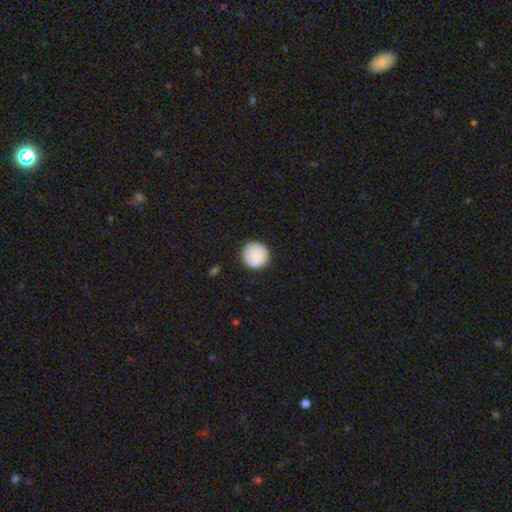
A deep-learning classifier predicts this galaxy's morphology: Overall: smooth (87%). How rounded: round (95%). Merging: none (89%).